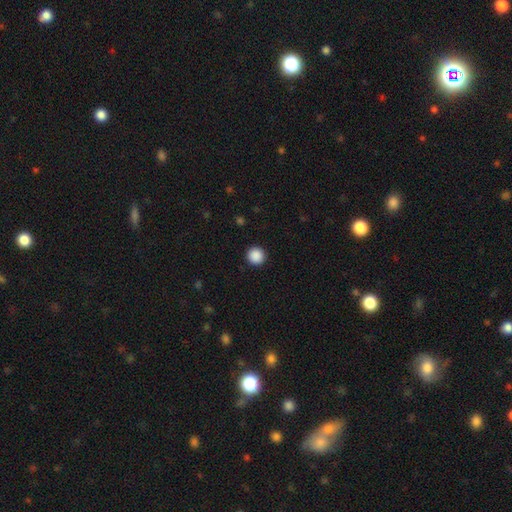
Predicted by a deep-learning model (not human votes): Q: Smooth or featured?
A: smooth (89%); runner-up: star or artifact (9%)
Q: How rounded?
A: round (96%); runner-up: in between (3%)
Q: Merging?
A: none (93%); runner-up: minor disturbance (4%)